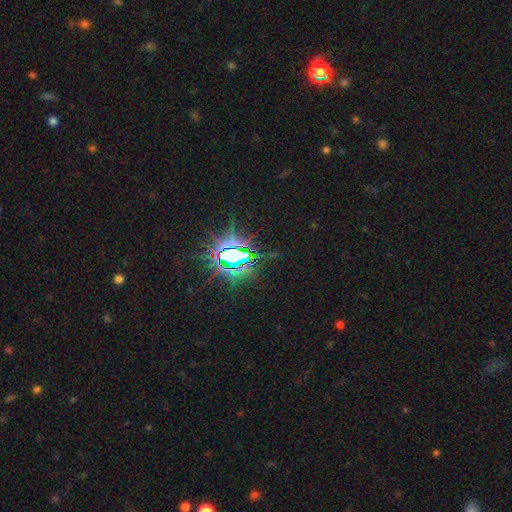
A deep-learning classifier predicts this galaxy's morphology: smooth-or-featured: star or artifact: 83% | smooth: 10% | featured or disk: 7%